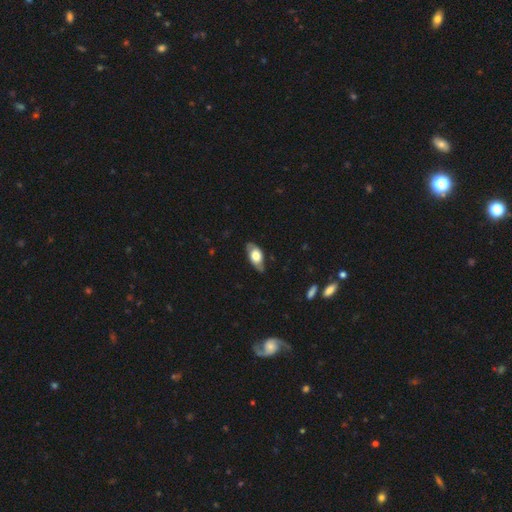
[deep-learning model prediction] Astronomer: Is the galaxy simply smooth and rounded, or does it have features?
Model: smooth — 53% (runner-up: featured or disk, 41%).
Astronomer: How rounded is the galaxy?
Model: in between — 87%.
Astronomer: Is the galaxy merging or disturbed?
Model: none — 68%.